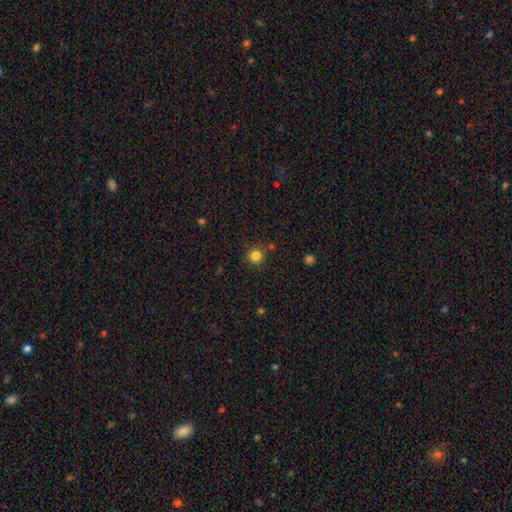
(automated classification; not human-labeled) A smooth galaxy with no disk features (83%) that is round (94%). Merging: none (86%).